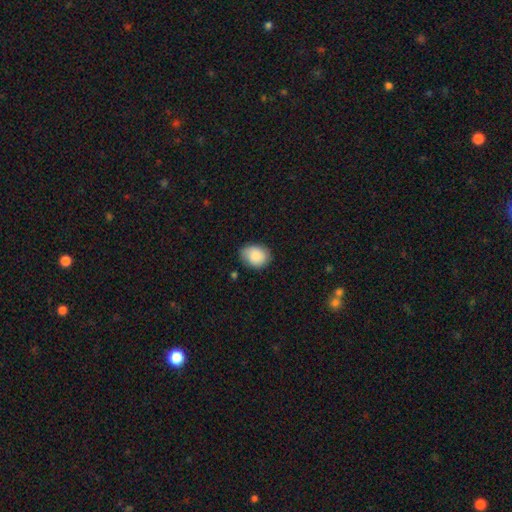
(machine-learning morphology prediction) This is clearly a smooth galaxy (86%). How rounded: possibly in between (59%). Merging: likely none (76%).